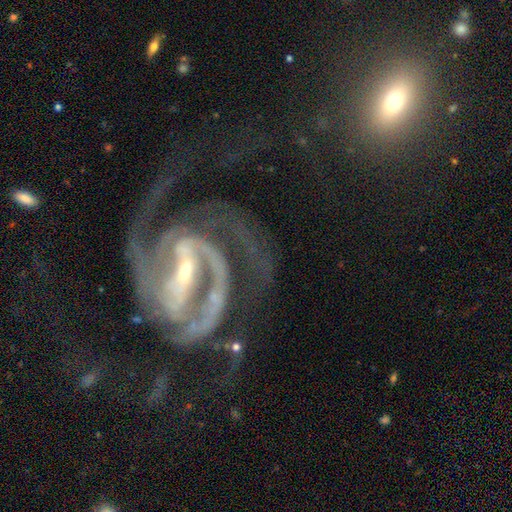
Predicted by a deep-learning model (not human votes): A featured or disk galaxy (92%) with a strong bar (72%), 2 (75%) medium (52%) spiral arms (98%) and a small central bulge (69%). Merging: none (46%).